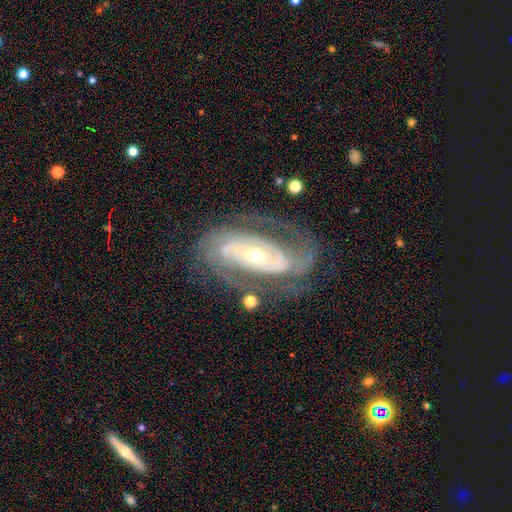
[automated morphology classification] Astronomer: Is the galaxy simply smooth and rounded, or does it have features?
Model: featured or disk — 88%.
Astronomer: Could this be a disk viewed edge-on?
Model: no — 95%.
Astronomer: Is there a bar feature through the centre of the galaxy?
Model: no — 44% (runner-up: weak, 30%).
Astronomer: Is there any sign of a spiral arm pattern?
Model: yes — 94%.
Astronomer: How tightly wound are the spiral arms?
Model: tight — 50% (runner-up: medium, 38%).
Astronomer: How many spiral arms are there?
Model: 2 — 61%.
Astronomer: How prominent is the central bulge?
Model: small — 54% (runner-up: moderate, 41%).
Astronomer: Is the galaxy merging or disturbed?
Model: none — 64%.